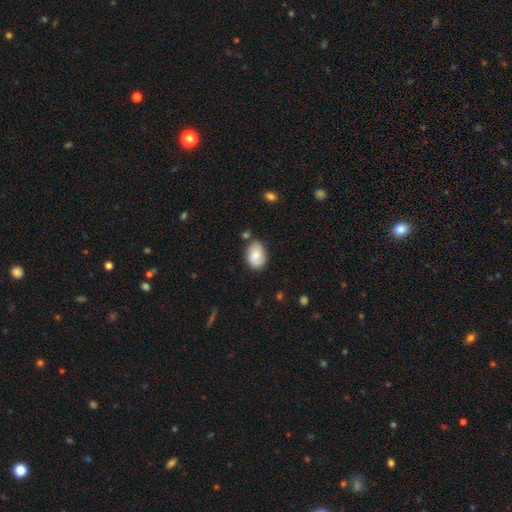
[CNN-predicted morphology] Smooth or featured? smooth (72%)
How rounded? in between (80%)
Merging? none (68%)